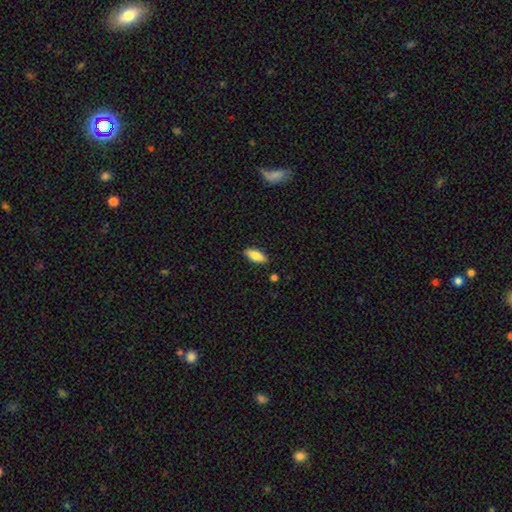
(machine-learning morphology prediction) The model was most divided on "how rounded": in between: 76%, cigar-shaped: 22%, round: 2%. More confident: merging — none (86%); smooth or featured — smooth (78%).